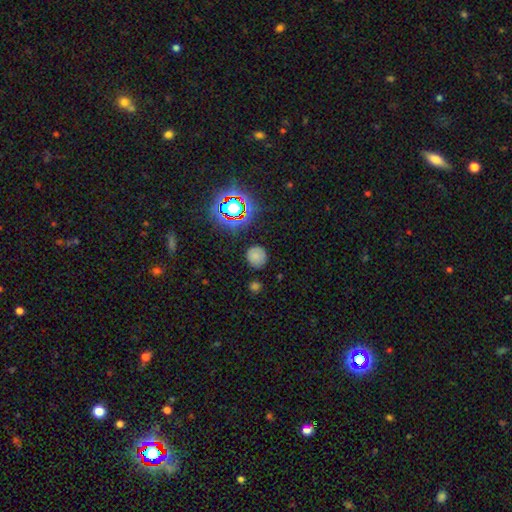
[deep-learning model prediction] A smooth galaxy with no disk features (71%) that is round (89%). Merging: none (83%).